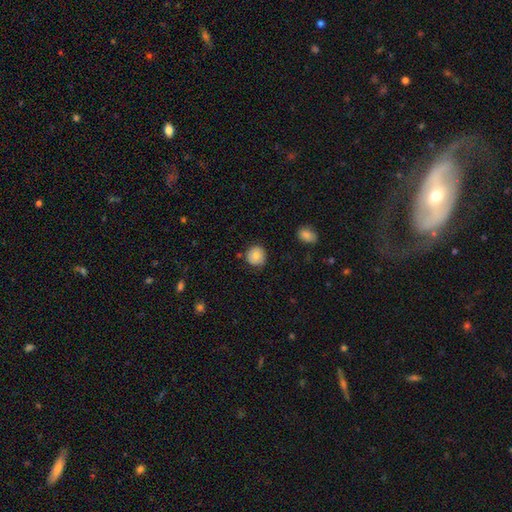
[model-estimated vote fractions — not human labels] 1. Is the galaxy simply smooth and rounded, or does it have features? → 79% smooth, 13% featured or disk, 8% star or artifact.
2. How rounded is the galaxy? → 91% round, 8% in between, 1% cigar-shaped.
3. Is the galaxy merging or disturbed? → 82% none, 13% minor disturbance, 2% major disturbance, 2% merger.